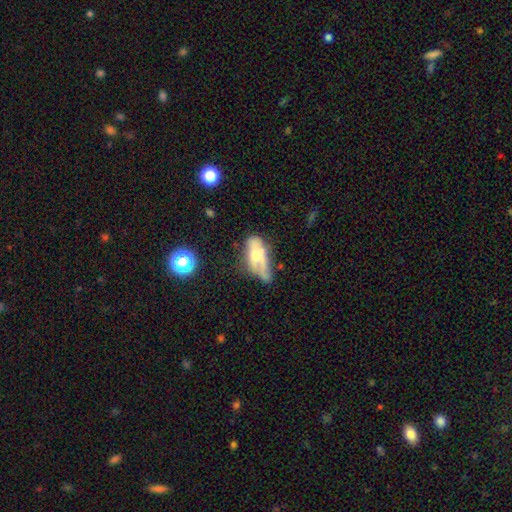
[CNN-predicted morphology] This appears to be a featured or disk galaxy (47%). Merging: minor disturbance (30%, tied with none).